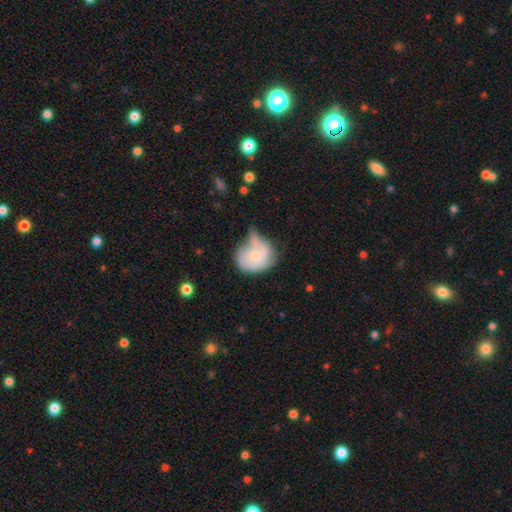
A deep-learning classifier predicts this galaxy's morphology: Q: Smooth or featured?
A: smooth (55%); runner-up: featured or disk (38%)
Q: How rounded?
A: round (61%); runner-up: in between (38%)
Q: Merging?
A: minor disturbance (31%); runner-up: major disturbance (24%)